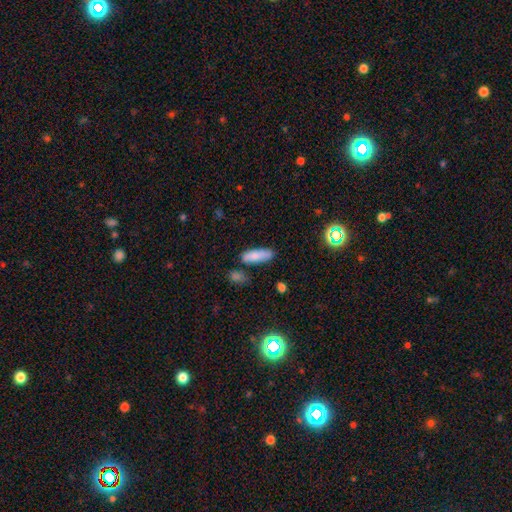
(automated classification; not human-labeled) This appears to be a smooth galaxy with no disk features (82%) that is in between round and cigar-shaped (59%). Merging: none (71%).